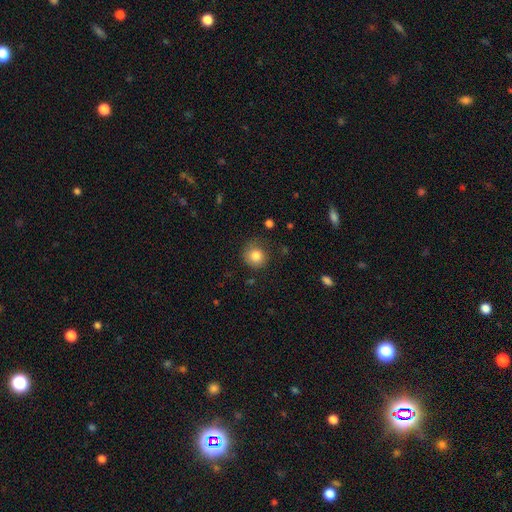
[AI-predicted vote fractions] Morphology: type=smooth (83%); roundness=round (90%); merging=none (75%).